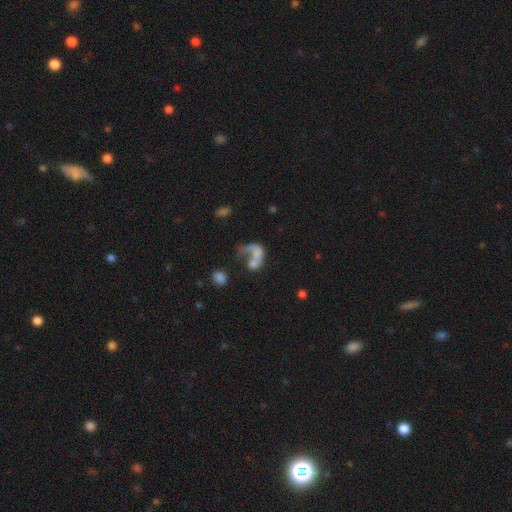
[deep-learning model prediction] A featured or disk galaxy (45%). Merging: major disturbance (41%).